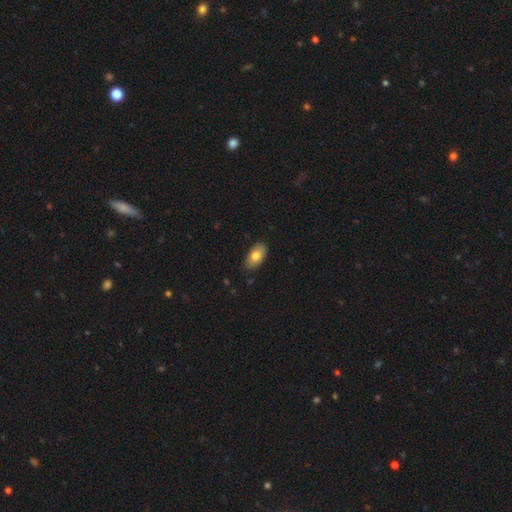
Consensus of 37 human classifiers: Volunteers were most divided on "smooth or featured": smooth: 84%, featured or disk: 8%, star or artifact: 8%. More confident: how rounded — in between (100%); merging — none (88%).